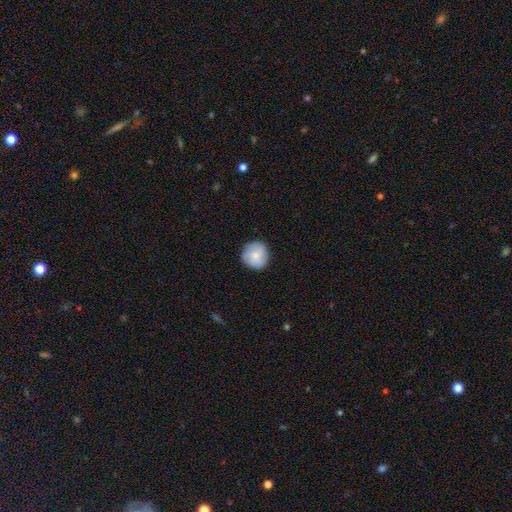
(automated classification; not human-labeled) Smooth or featured? Predicted: smooth (p=0.77). How rounded? Predicted: round (p=0.93). Merging? Predicted: none (p=0.84).